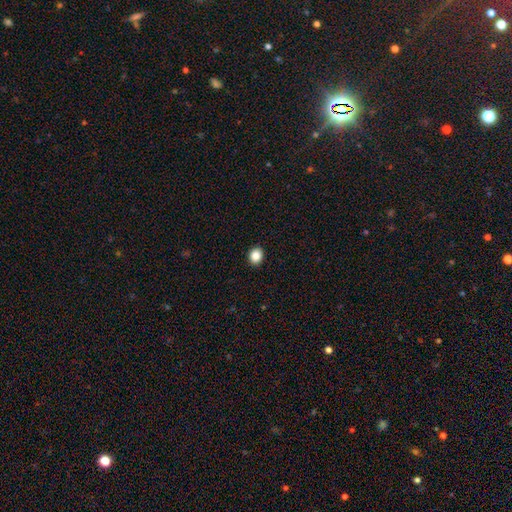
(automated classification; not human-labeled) Smooth or featured: smooth — 86% (star or artifact — 10%)
How rounded: round — 63% (in between — 36%)
Merging: none — 92% (minor disturbance — 5%)